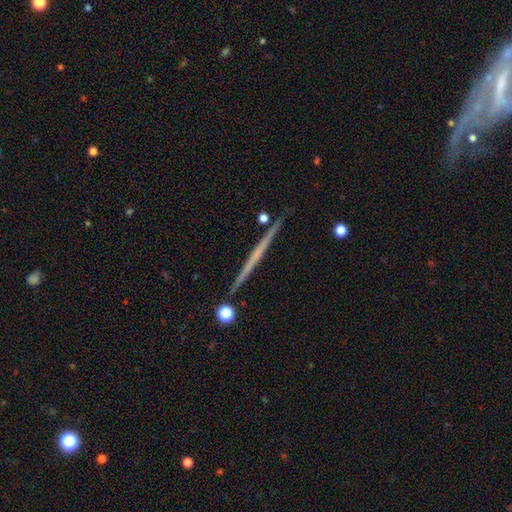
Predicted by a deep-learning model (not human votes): The model was most divided on "smooth or featured": featured or disk: 65%, smooth: 29%, star or artifact: 7%. More confident: edge-on disk — yes (98%); merging — none (91%); edge-on bulge — none (88%).